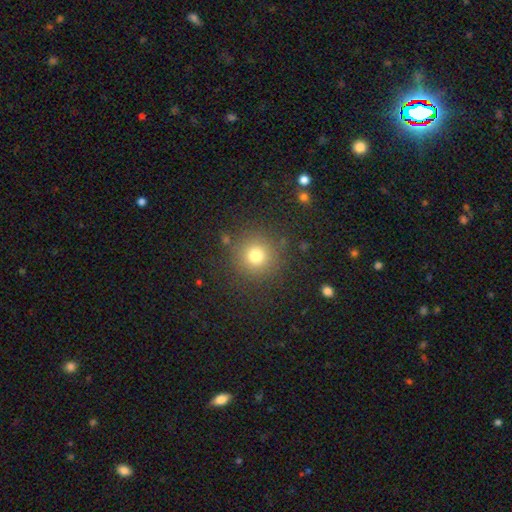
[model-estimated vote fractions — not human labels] Overall: smooth (75%). How rounded: round (94%). Merging: none (86%).